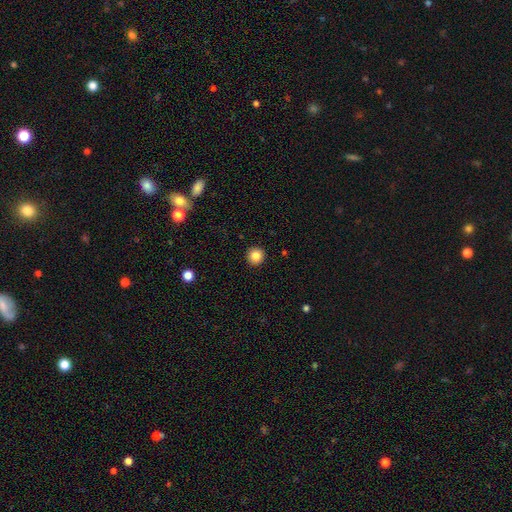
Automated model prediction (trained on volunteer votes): A smooth galaxy with no disk features (85%) that is round (95%).

Vote fractions:
- Smooth or featured? smooth: 85% / star or artifact: 10% / featured or disk: 5%
- How rounded? round: 95% / in between: 4% / cigar-shaped: 1%
- Merging? none: 93% / minor disturbance: 5% / major disturbance: 1% / merger: 1%